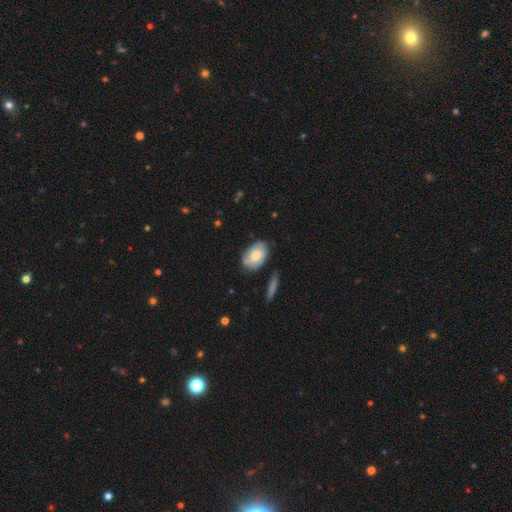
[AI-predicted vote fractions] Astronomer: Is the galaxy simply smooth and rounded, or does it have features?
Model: smooth — 60%.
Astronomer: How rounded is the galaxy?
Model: in between — 84%.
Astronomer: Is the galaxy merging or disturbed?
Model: none — 70%.